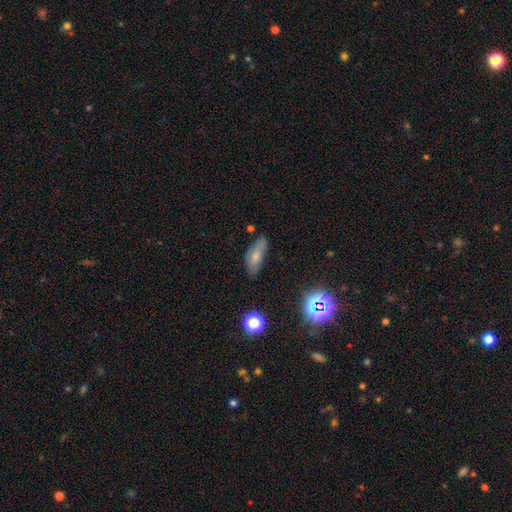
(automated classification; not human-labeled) Smooth or featured? Predicted: smooth (p=0.70). How rounded? Predicted: in between (p=0.75). Merging? Predicted: none (p=0.64).